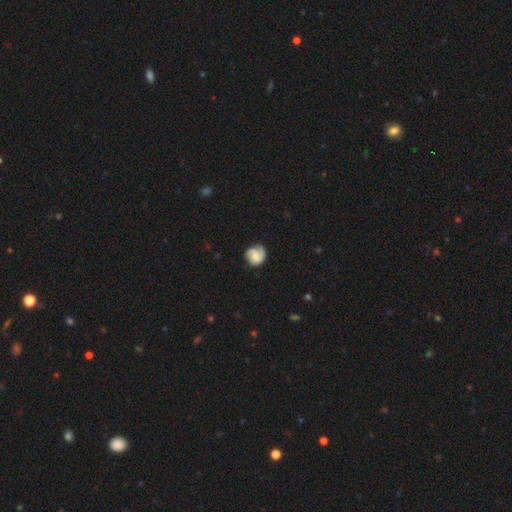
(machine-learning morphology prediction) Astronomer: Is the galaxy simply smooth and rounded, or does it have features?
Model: featured or disk — 48% (runner-up: smooth, 44%).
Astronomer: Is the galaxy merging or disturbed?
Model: none — 68%.